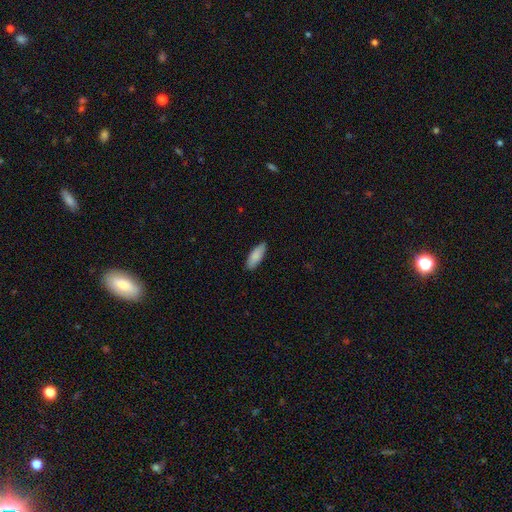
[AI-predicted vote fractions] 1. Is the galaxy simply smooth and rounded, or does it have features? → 88% smooth, 7% featured or disk, 6% star or artifact.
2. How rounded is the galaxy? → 71% in between, 27% cigar-shaped, 2% round.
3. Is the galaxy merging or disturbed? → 86% none, 11% minor disturbance, 2% major disturbance, 1% merger.